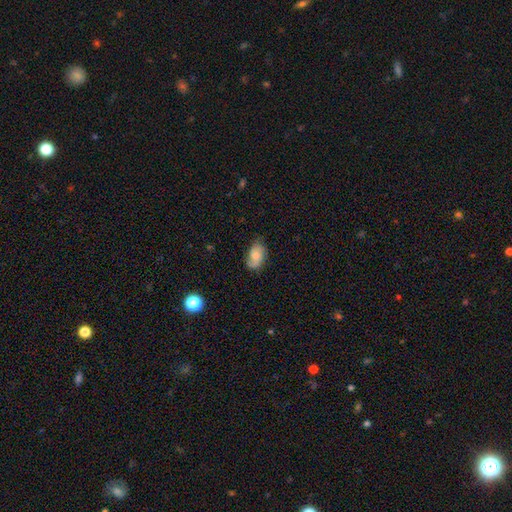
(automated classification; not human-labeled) This is possibly a smooth galaxy (56%). How rounded: clearly in between (89%). Merging: likely none (66%).